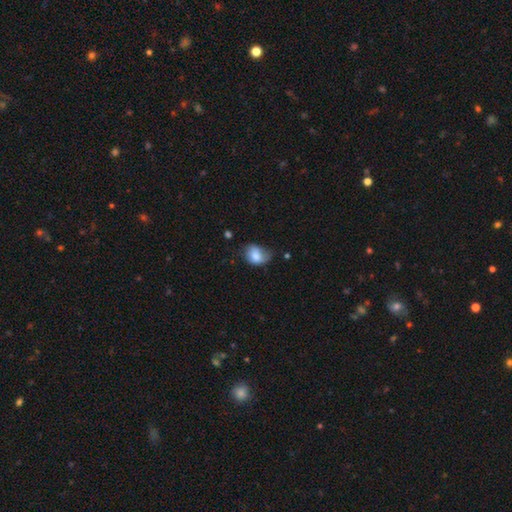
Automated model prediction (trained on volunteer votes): A smooth galaxy with no disk features (75%) that is in between round and cigar-shaped (61%). Merging: minor disturbance (42%).